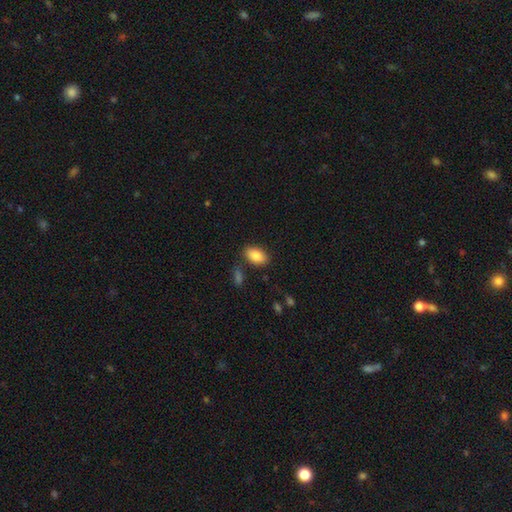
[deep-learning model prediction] Smooth or featured? smooth (87%)
How rounded? in between (92%)
Merging? none (80%)